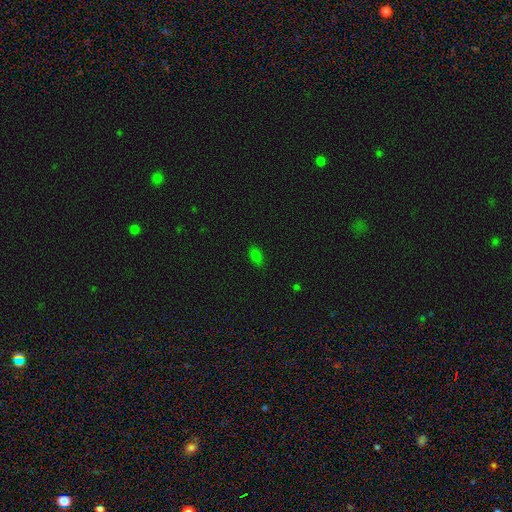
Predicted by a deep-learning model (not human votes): smooth_or_featured: smooth (p=0.78) [alt: star or artifact p=0.17]
how_rounded: in between (p=0.88) [alt: round p=0.06]
merging: none (p=0.84) [alt: minor disturbance p=0.12]